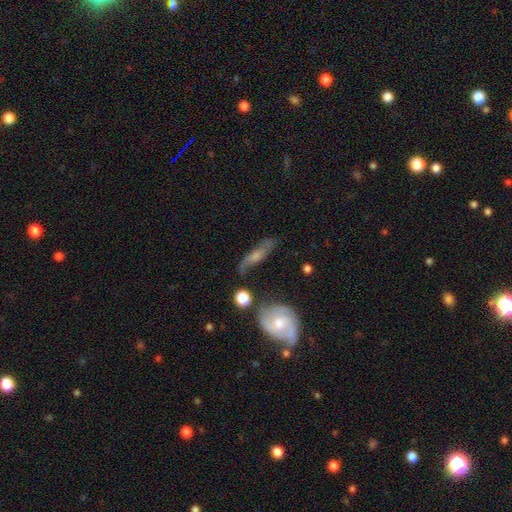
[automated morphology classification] The model was most divided on "edge-on disk": no: 60%, yes: 40%. More confident: merging — none (63%); smooth or featured — featured or disk (60%).